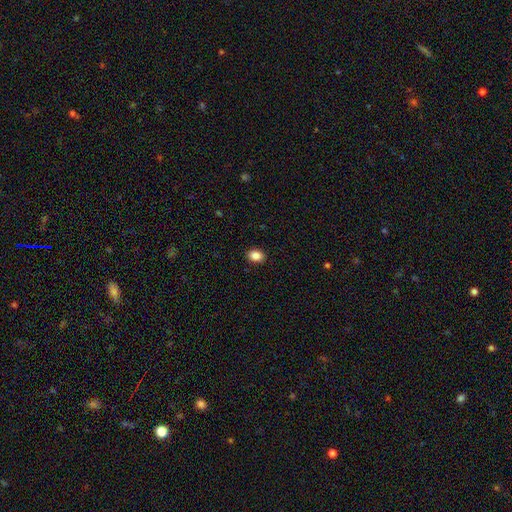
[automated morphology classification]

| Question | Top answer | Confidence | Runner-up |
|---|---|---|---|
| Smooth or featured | smooth | 87% | star or artifact (9%) |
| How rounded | in between | 61% | round (38%) |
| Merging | none | 91% | minor disturbance (6%) |